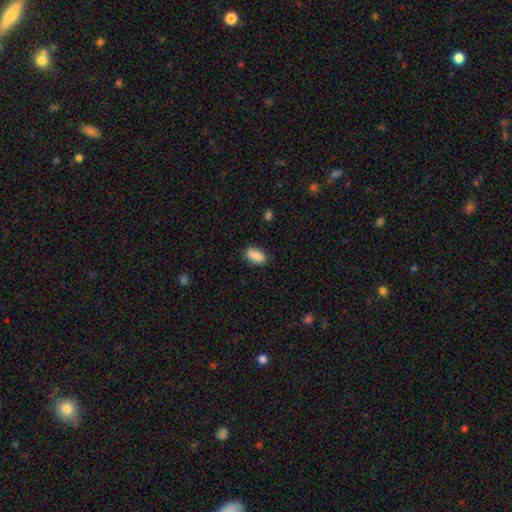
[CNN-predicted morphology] Overall: smooth (86%). How rounded: in between (91%). Merging: none (81%).